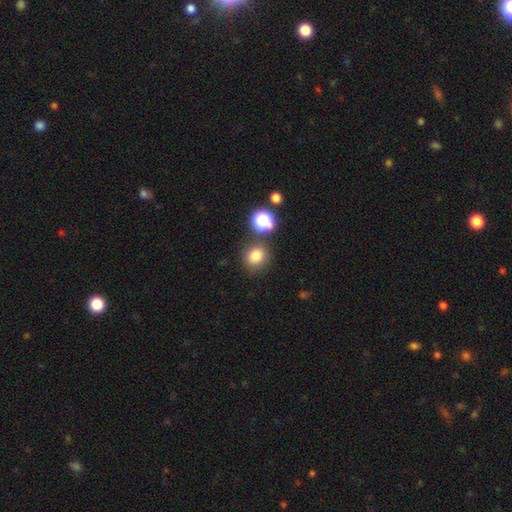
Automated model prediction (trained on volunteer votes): Morphology: type=smooth (78%); roundness=round (83%); merging=none (80%).